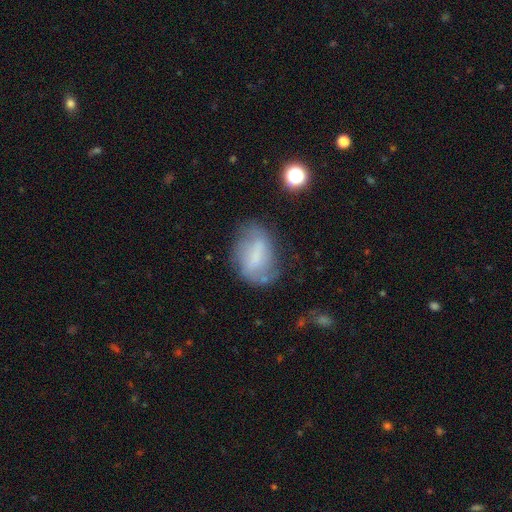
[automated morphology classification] smooth 50%, featured or disk 39%, star or artifact 10%. Down the decision tree: how rounded — in between (83%); merging — none (53%).